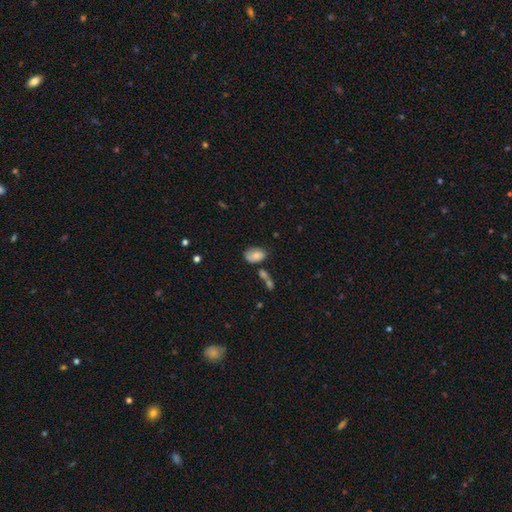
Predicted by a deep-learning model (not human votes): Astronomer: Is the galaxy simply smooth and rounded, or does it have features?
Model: smooth — 75%.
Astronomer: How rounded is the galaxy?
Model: in between — 88%.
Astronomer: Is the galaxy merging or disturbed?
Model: none — 56%.